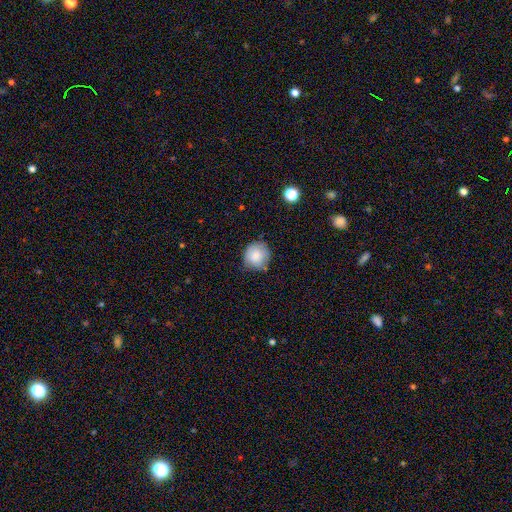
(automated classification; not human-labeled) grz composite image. It shows a smooth galaxy with no disk features (83%) that is round (90%). Merging: none (73%).